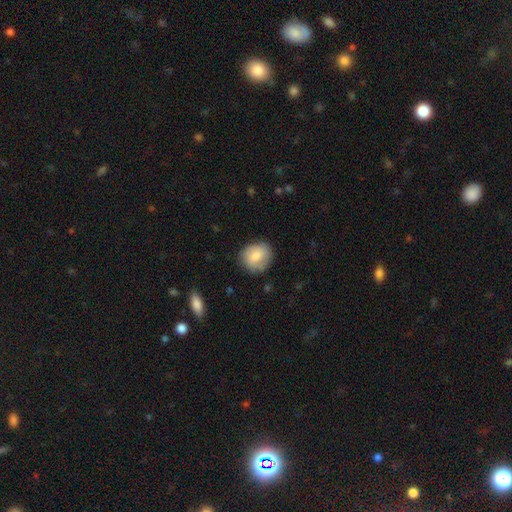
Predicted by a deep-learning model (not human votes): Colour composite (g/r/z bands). It shows a smooth galaxy with no disk features (78%) that is round (75%). Merging: none (78%).